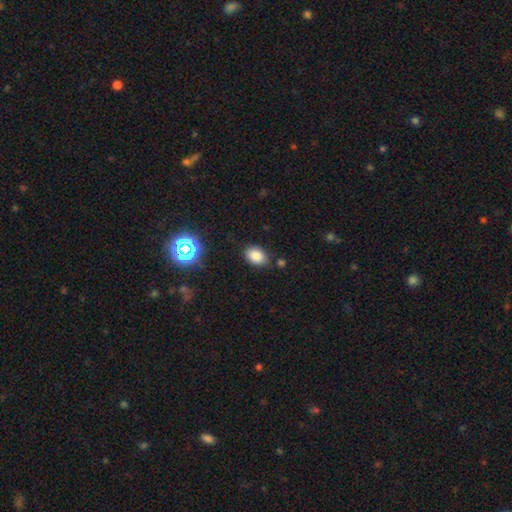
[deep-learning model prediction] Smooth or featured: smooth — 83% (star or artifact — 12%)
How rounded: in between — 80% (round — 18%)
Merging: none — 82% (minor disturbance — 12%)